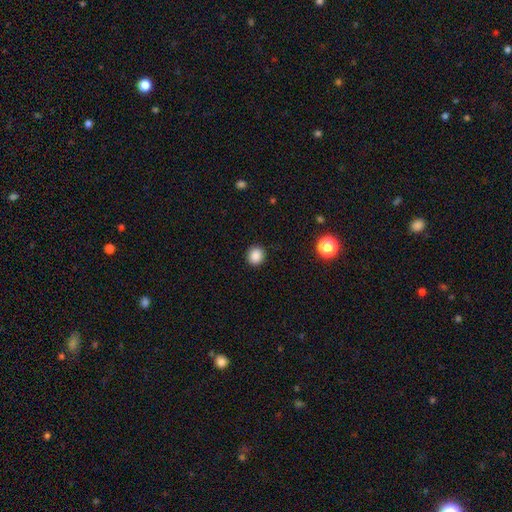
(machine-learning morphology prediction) Smooth or featured? Predicted: smooth (p=0.88). How rounded? Predicted: round (p=0.85). Merging? Predicted: none (p=0.91).